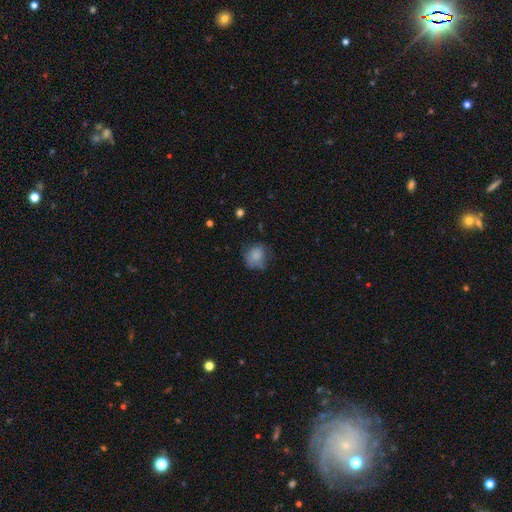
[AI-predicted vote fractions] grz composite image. It shows a smooth galaxy with no disk features (82%) that is round (67%). Merging: none (59%).